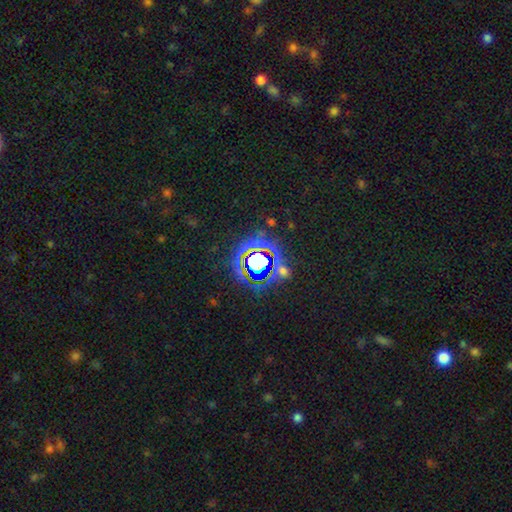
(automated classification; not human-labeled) smooth_or_featured: star or artifact (p=0.74) [alt: smooth p=0.15]